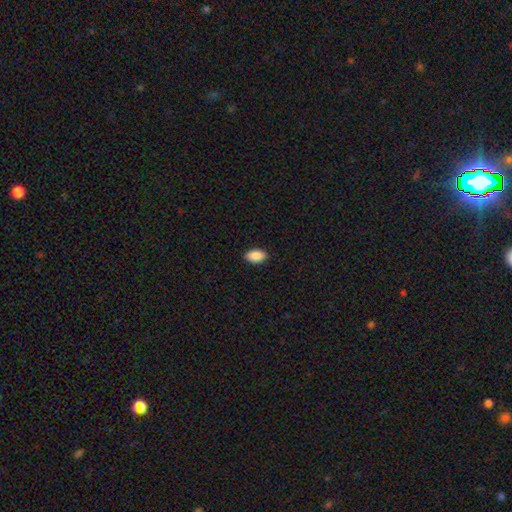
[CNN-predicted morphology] Q: Smooth or featured?
A: smooth (90%); runner-up: star or artifact (7%)
Q: How rounded?
A: in between (94%); runner-up: round (5%)
Q: Merging?
A: none (90%); runner-up: minor disturbance (7%)